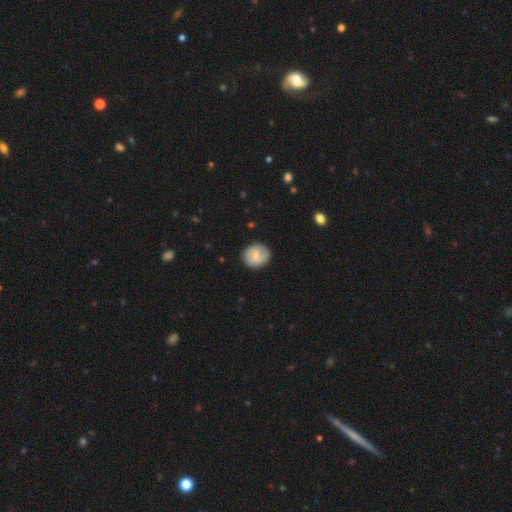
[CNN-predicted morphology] smooth_or_featured: smooth (p=0.60) [alt: featured or disk p=0.33]
how_rounded: round (p=0.83) [alt: in between p=0.16]
merging: none (p=0.86) [alt: minor disturbance p=0.10]